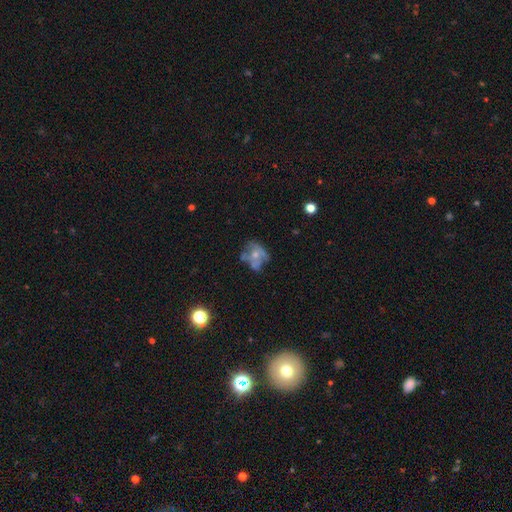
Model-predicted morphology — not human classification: smooth_or_featured: featured or disk (p=0.54) [alt: smooth p=0.34]
disk_edge_on: no (p=0.97) [alt: yes p=0.03]
bar: no (p=0.89) [alt: weak p=0.09]
has_spiral_arms: no (p=0.77) [alt: yes p=0.23]
bulge_size: moderate (p=0.47) [alt: small p=0.40]
merging: none (p=0.40) [alt: minor disturbance p=0.24]